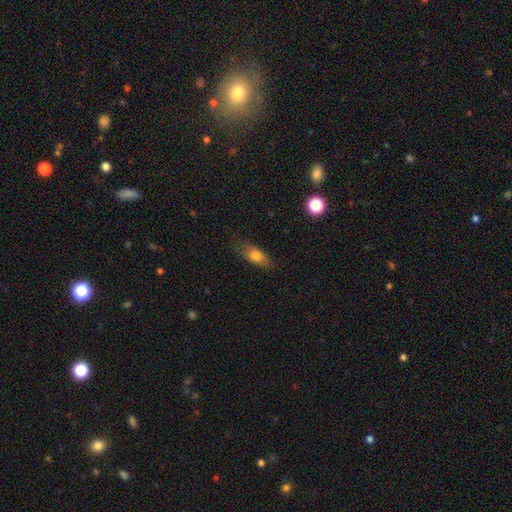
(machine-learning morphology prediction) Smooth or featured: smooth — 75% (featured or disk — 16%)
How rounded: in between — 77% (cigar-shaped — 17%)
Merging: none — 72% (minor disturbance — 21%)